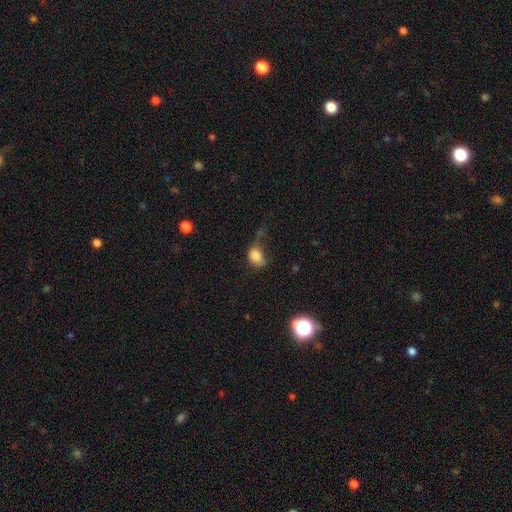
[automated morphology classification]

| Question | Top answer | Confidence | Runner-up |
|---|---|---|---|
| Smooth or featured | smooth | 80% | star or artifact (11%) |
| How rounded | in between | 72% | round (27%) |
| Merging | major disturbance | 33% | none (31%) |